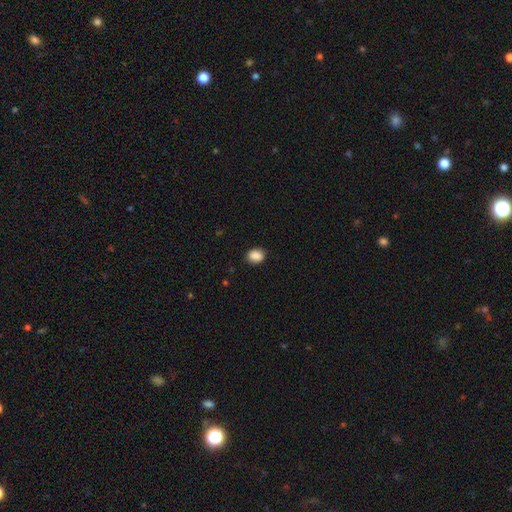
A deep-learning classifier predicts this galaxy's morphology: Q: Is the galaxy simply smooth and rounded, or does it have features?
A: smooth — 89%.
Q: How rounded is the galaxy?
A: in between — 55%.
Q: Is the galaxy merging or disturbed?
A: none — 87%.